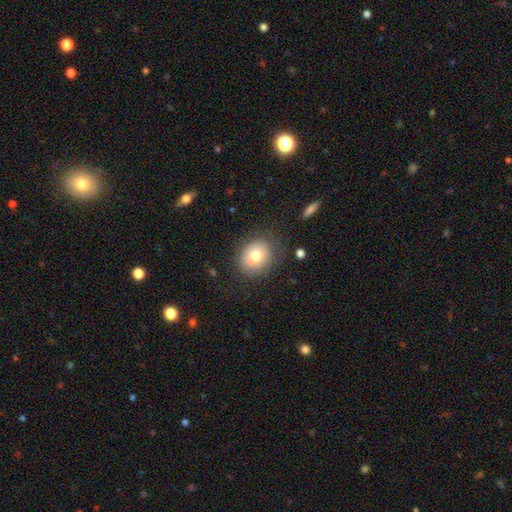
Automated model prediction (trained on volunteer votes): Smooth or featured?
  - smooth: 70% *
  - featured or disk: 20%
  - star or artifact: 10%
How rounded?
  - round: 67% *
  - in between: 32%
  - cigar-shaped: 1%
Merging?
  - none: 68% *
  - minor disturbance: 18%
  - merger: 8%
  - major disturbance: 6%